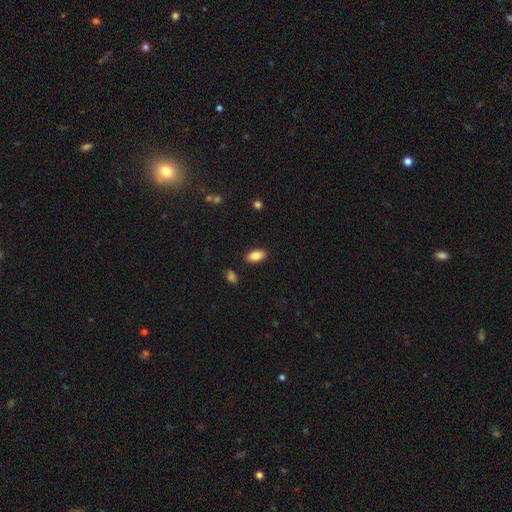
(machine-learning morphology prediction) Smooth or featured? Predicted: smooth (p=0.86). How rounded? Predicted: in between (p=0.93). Merging? Predicted: none (p=0.88).